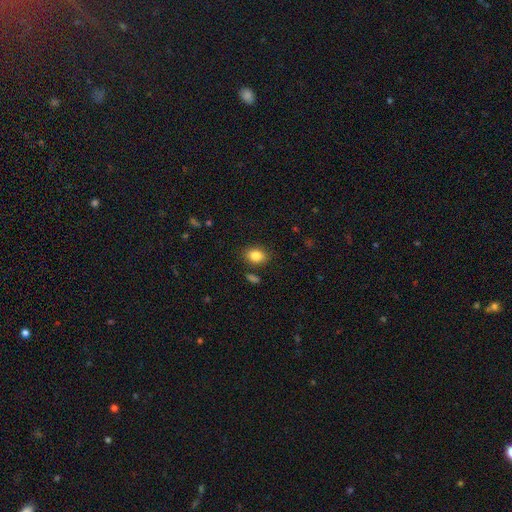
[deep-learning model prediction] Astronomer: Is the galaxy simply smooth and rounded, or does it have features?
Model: smooth — 85%.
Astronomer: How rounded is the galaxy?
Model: in between — 68%.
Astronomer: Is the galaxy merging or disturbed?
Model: none — 83%.